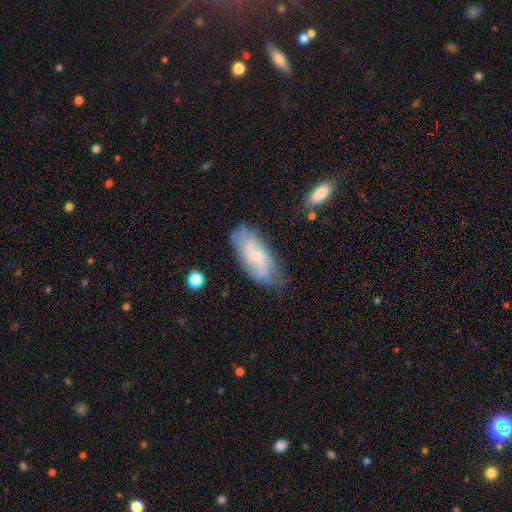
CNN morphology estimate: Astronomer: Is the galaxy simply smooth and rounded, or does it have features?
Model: featured or disk — 55% (runner-up: smooth, 38%).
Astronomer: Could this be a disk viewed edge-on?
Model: no — 89%.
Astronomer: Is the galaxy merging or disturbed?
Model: none — 65%.